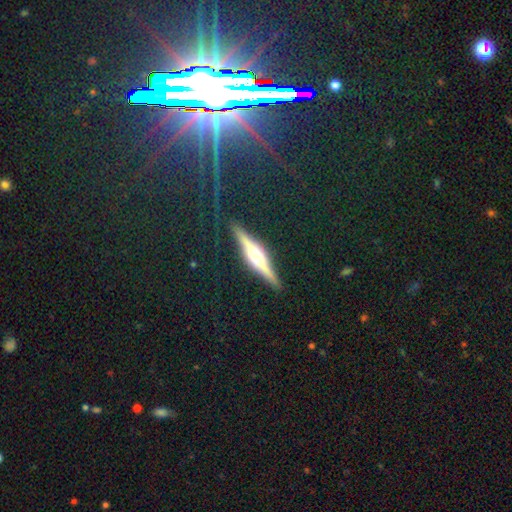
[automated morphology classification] Smooth or featured: featured or disk — 73% (smooth — 18%)
Edge-on disk: yes — 96% (no — 4%)
Edge-on bulge: rounded — 86% (boxy — 11%)
Merging: none — 88% (minor disturbance — 9%)